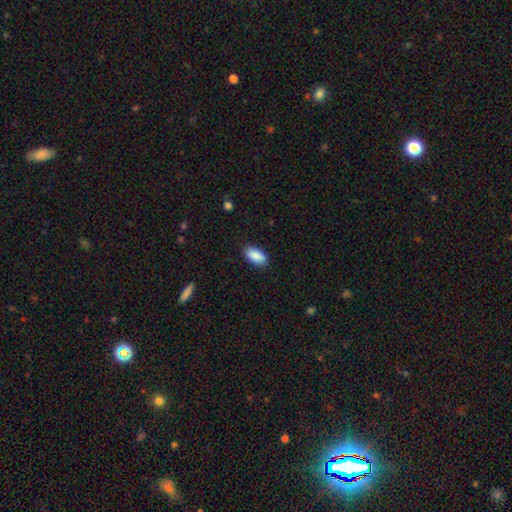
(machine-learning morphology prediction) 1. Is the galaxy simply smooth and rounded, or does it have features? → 89% smooth, 6% star or artifact, 4% featured or disk.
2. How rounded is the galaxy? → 93% in between, 4% cigar-shaped, 3% round.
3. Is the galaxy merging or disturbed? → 86% none, 11% minor disturbance, 2% major disturbance, 1% merger.